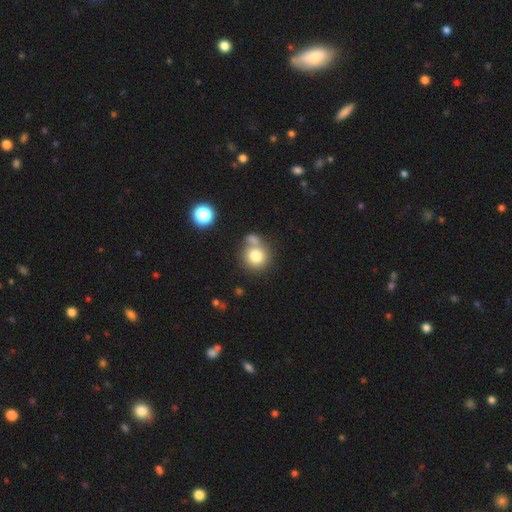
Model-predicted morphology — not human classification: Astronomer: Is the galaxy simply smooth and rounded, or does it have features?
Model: smooth — 78%.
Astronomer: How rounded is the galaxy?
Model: round — 87%.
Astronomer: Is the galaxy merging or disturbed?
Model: none — 51% (runner-up: merger, 33%).